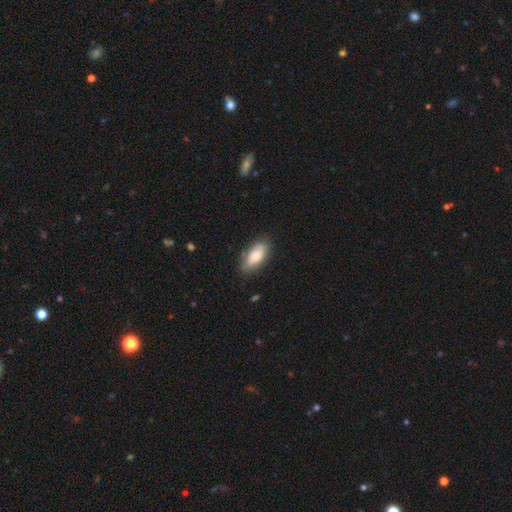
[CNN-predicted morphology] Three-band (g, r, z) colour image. It shows a smooth galaxy with no disk features (79%) that is in between round and cigar-shaped (86%). Merging: none (75%).